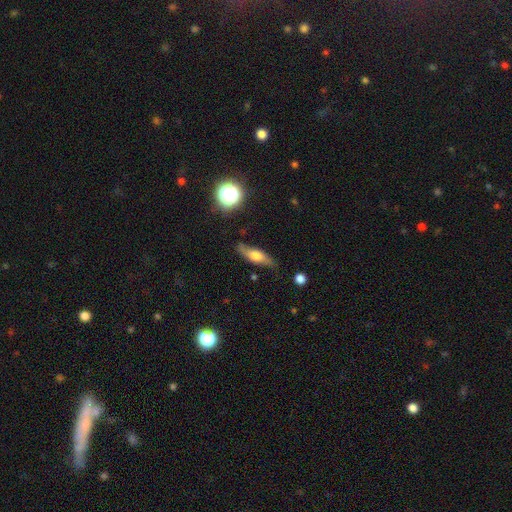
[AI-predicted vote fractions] Q: Smooth or featured?
A: featured or disk (47%); runner-up: smooth (44%)
Q: Merging?
A: none (75%); runner-up: minor disturbance (19%)